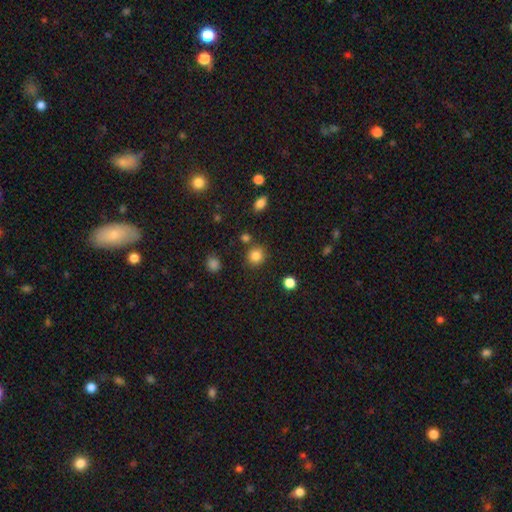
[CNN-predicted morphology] smooth-or-featured: smooth: 84% | star or artifact: 12% | featured or disk: 5%
  how-rounded: round: 84% | in between: 15% | cigar-shaped: 1%
  merging: none: 82% | minor disturbance: 9% | merger: 6% | major disturbance: 3%